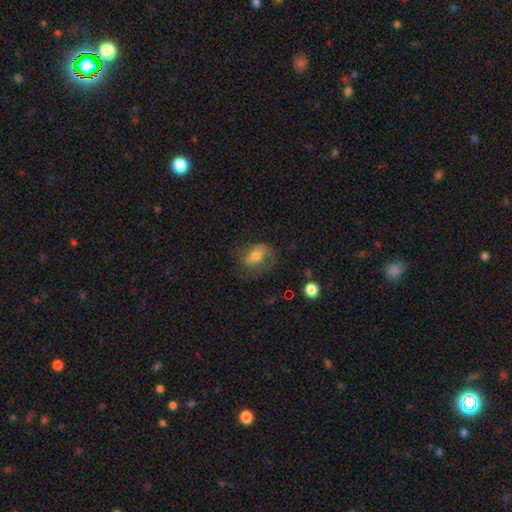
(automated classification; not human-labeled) Smooth or featured? Predicted: smooth (p=0.59). How rounded? Predicted: in between (p=0.76). Merging? Predicted: none (p=0.50).